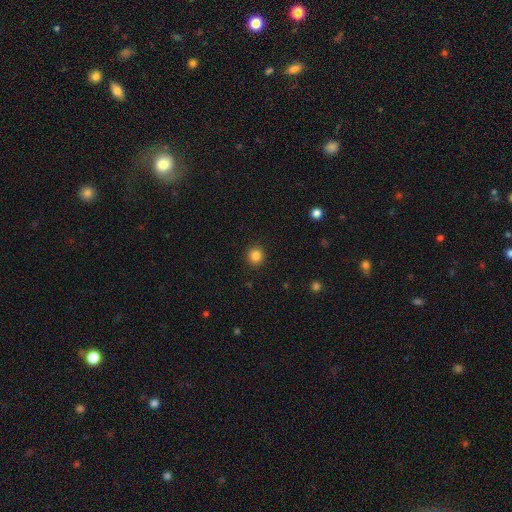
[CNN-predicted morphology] type=smooth (85%); roundness=round (91%); merging=none (91%).